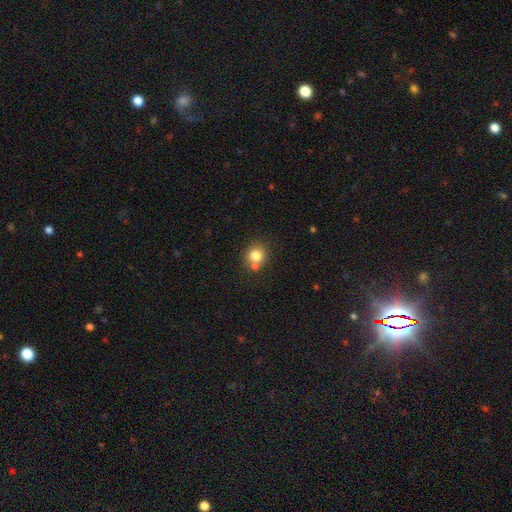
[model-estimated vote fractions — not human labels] A smooth galaxy with no disk features (80%) that is round (85%). Merging: none (62%).